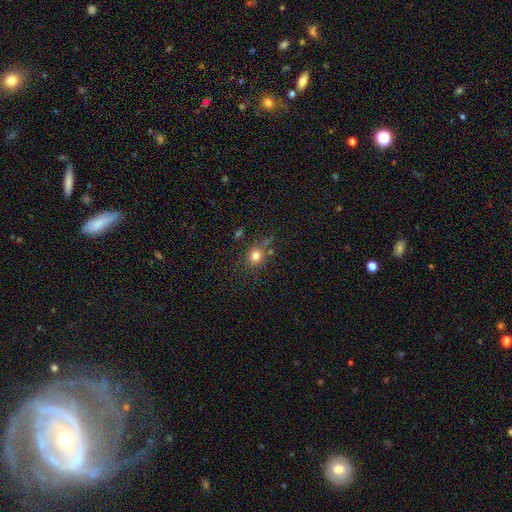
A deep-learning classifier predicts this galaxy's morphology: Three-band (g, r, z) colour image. It shows a smooth galaxy with no disk features (78%) that is round (75%). Merging: none (68%).